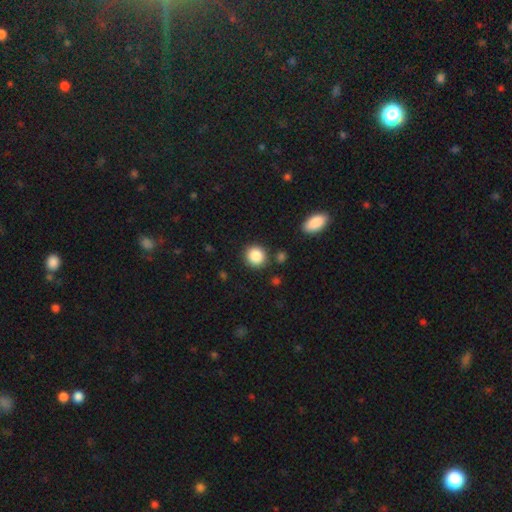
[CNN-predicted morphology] Smooth or featured: smooth — 87% (star or artifact — 9%)
How rounded: round — 87% (in between — 12%)
Merging: none — 86% (minor disturbance — 8%)